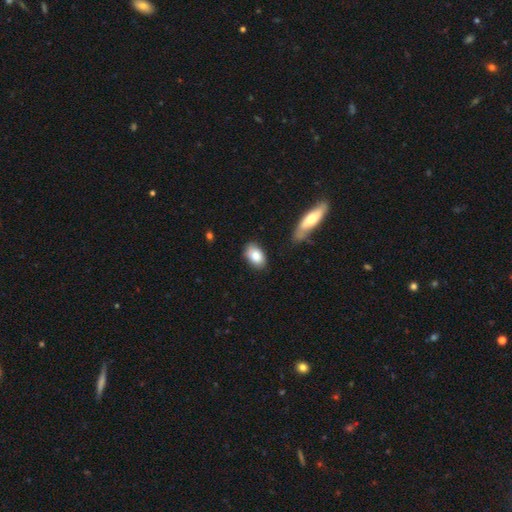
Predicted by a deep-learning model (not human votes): Smooth or featured? smooth (83%)
How rounded? in between (91%)
Merging? none (79%)